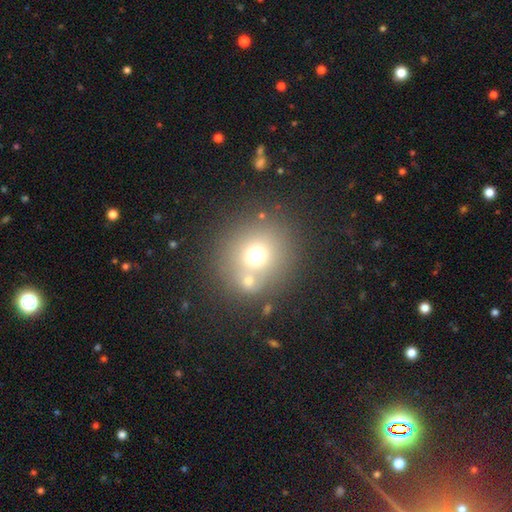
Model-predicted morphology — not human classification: Smooth or featured? smooth (67%)
How rounded? round (86%)
Merging? none (64%)